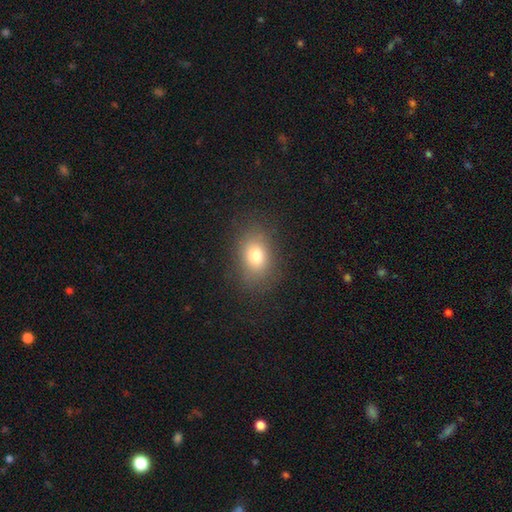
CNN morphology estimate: Smooth or featured: smooth — 78% (star or artifact — 12%)
How rounded: in between — 73% (round — 26%)
Merging: none — 82% (minor disturbance — 12%)